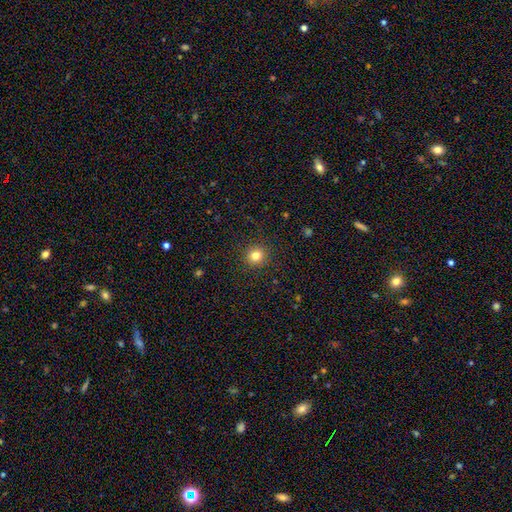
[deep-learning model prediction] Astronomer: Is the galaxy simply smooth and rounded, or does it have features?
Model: smooth — 81%.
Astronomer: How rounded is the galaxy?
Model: round — 91%.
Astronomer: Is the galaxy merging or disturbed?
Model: none — 91%.